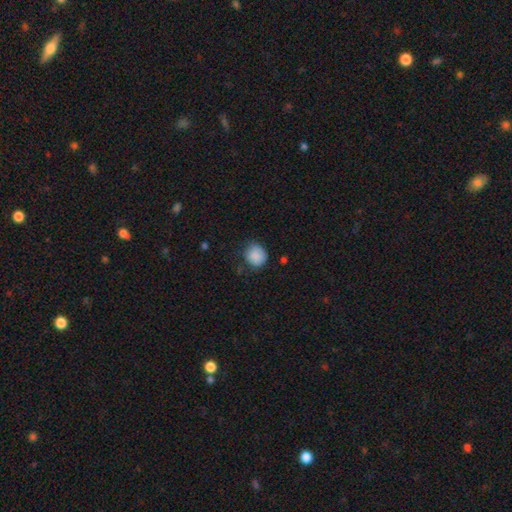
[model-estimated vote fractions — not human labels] Q: Smooth or featured?
A: smooth (87%); runner-up: star or artifact (8%)
Q: How rounded?
A: round (78%); runner-up: in between (21%)
Q: Merging?
A: none (66%); runner-up: minor disturbance (26%)